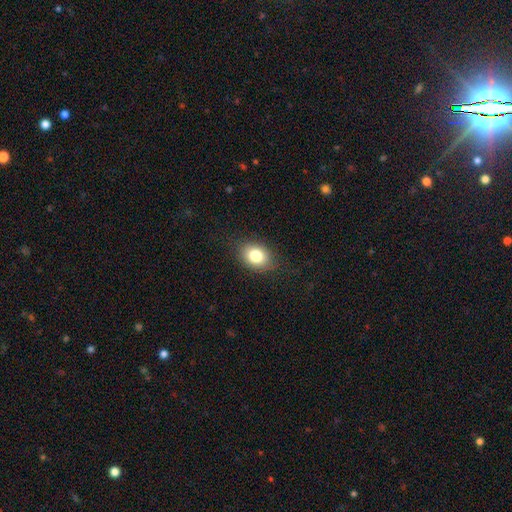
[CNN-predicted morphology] smooth 81%, star or artifact 10%, featured or disk 10%. Down the decision tree: how rounded — in between (66%); merging — none (84%).